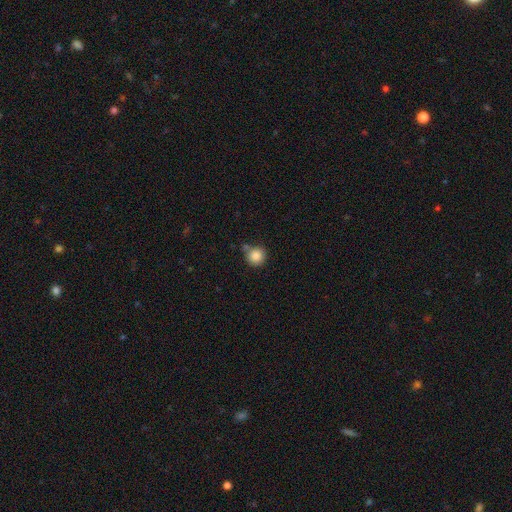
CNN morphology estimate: A smooth galaxy with no disk features (87%) that is round (94%). Merging: none (71%).